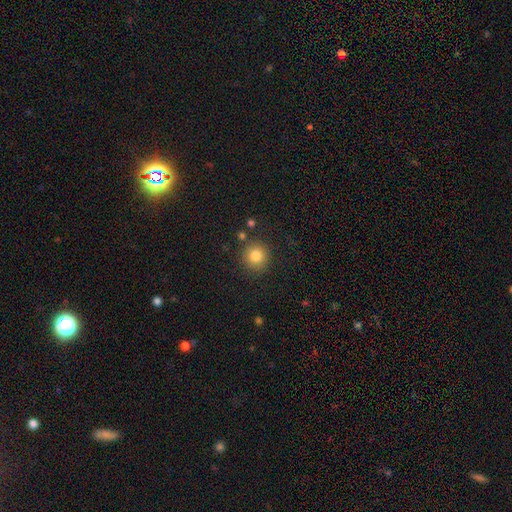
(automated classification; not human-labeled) smooth 83%, star or artifact 11%, featured or disk 6%. Down the decision tree: how rounded — round (94%); merging — none (87%).